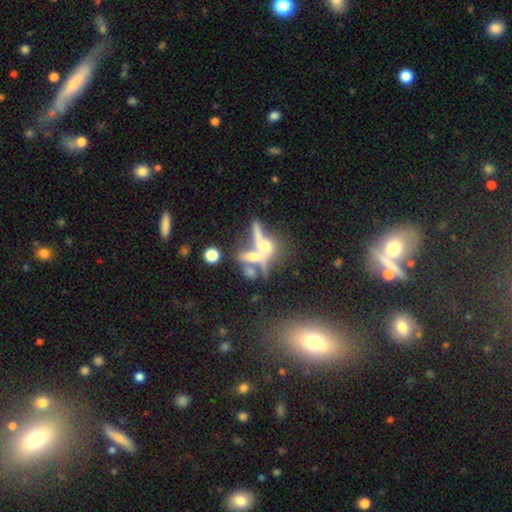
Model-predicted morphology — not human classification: A featured or disk galaxy (47%).

Vote fractions:
- Smooth or featured? featured or disk: 47% / smooth: 33% / star or artifact: 20%
- Merging? merger: 48% / none: 32% / major disturbance: 10% / minor disturbance: 10%